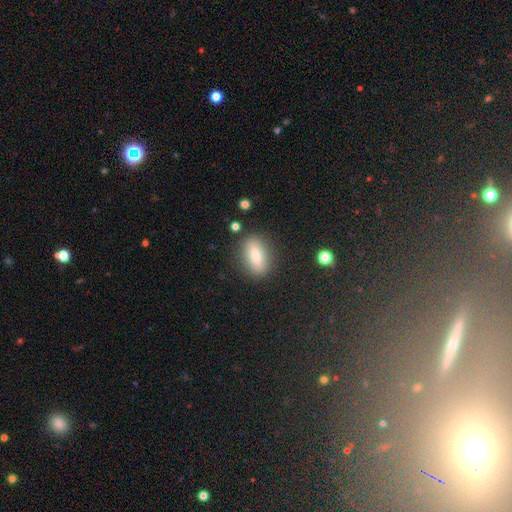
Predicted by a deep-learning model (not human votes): Smooth or featured? Predicted: smooth (p=0.74). How rounded? Predicted: in between (p=0.77). Merging? Predicted: none (p=0.85).